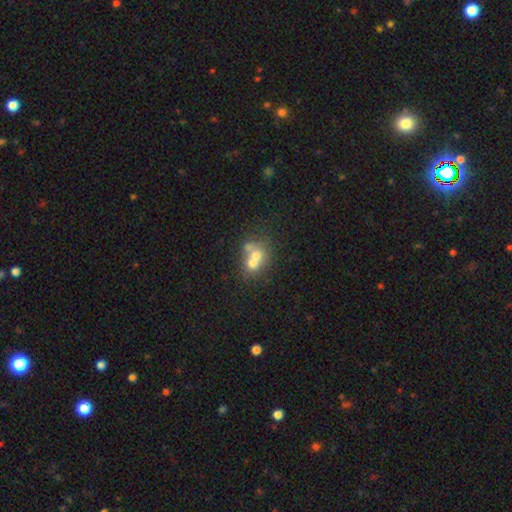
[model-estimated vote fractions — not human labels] This is possibly a smooth galaxy (59%). How rounded: likely round (63%). Merging: likely merger (65%).